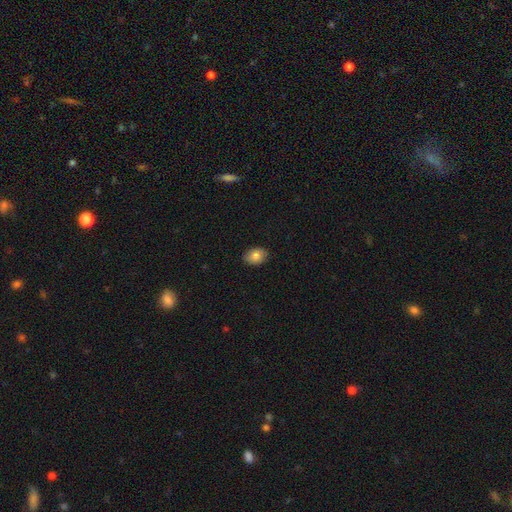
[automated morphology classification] Q: Smooth or featured?
A: smooth (82%); runner-up: featured or disk (9%)
Q: How rounded?
A: in between (76%); runner-up: round (23%)
Q: Merging?
A: none (86%); runner-up: minor disturbance (11%)